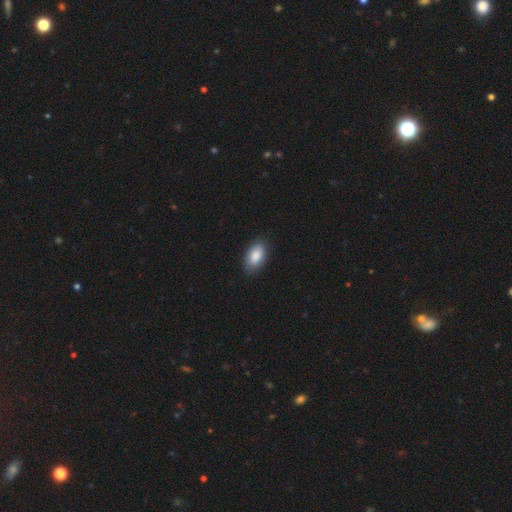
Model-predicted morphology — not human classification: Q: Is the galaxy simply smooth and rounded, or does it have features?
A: smooth — 87%.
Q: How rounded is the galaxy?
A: in between — 94%.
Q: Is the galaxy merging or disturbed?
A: none — 86%.